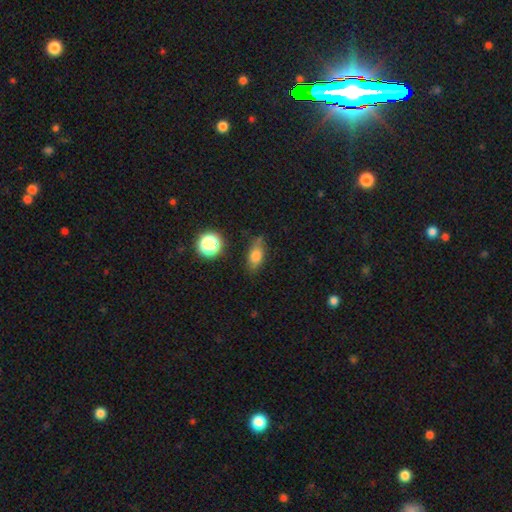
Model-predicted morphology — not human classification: A smooth galaxy with no disk features (74%) that is in between round and cigar-shaped (74%). Merging: none (71%).